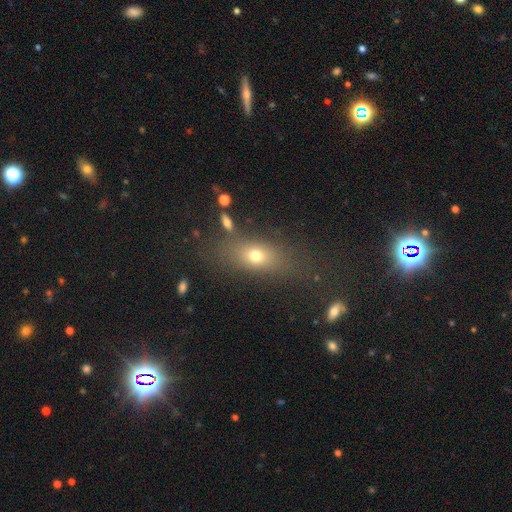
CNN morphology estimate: Smooth or featured? smooth (68%)
How rounded? in between (67%)
Merging? none (69%)